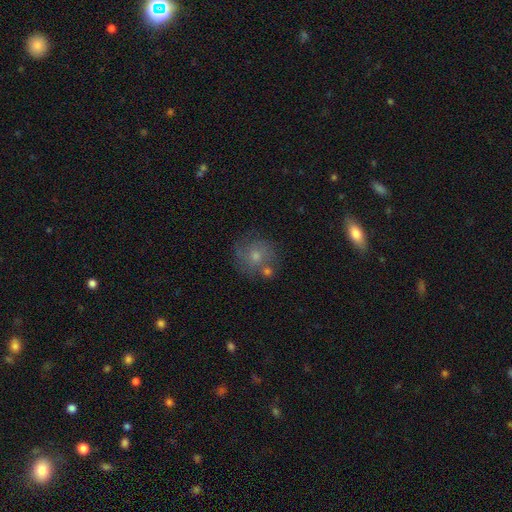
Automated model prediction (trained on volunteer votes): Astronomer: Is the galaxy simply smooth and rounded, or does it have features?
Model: smooth — 44% (runner-up: featured or disk, 40%).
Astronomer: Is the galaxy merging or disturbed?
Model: none — 72%.